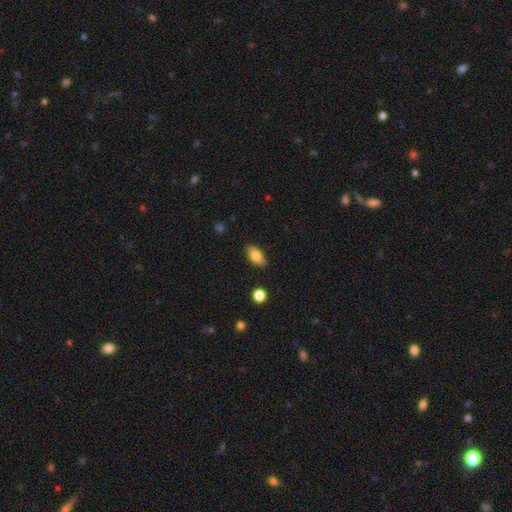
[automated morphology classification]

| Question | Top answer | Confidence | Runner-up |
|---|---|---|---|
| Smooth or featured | smooth | 80% | featured or disk (12%) |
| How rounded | in between | 91% | cigar-shaped (5%) |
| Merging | none | 85% | minor disturbance (11%) |